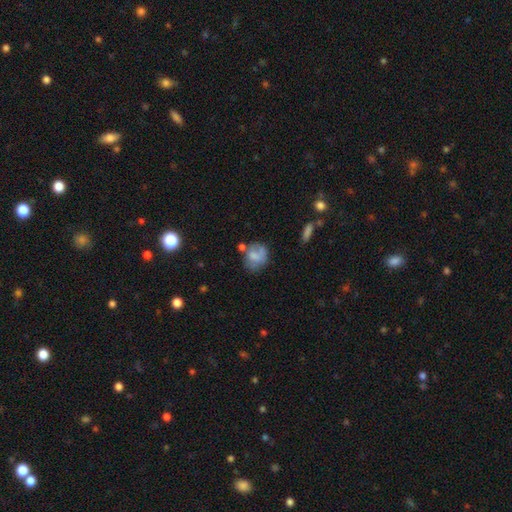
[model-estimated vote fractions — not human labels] smooth 64%, featured or disk 27%, star or artifact 10%. Down the decision tree: how rounded — round (63%); merging — none (46%).